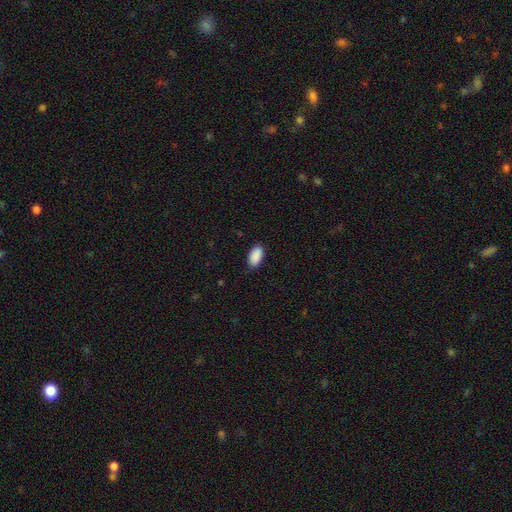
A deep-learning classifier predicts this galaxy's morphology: Smooth or featured: smooth — 91% (star or artifact — 7%)
How rounded: in between — 95% (round — 3%)
Merging: none — 86% (minor disturbance — 11%)